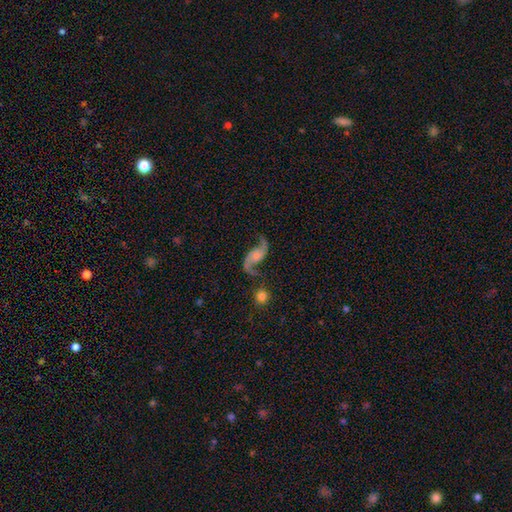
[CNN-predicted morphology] Q: Smooth or featured?
A: featured or disk (88%); runner-up: smooth (7%)
Q: Edge-on disk?
A: no (97%); runner-up: yes (3%)
Q: Bar?
A: no (61%); runner-up: weak (30%)
Q: Spiral arms?
A: yes (97%); runner-up: no (3%)
Q: Spiral winding?
A: loose (86%); runner-up: medium (11%)
Q: Spiral arm count?
A: 2 (94%); runner-up: 1 (2%)
Q: Bulge size?
A: none (36%); runner-up: small (27%)
Q: Merging?
A: none (69%); runner-up: minor disturbance (15%)